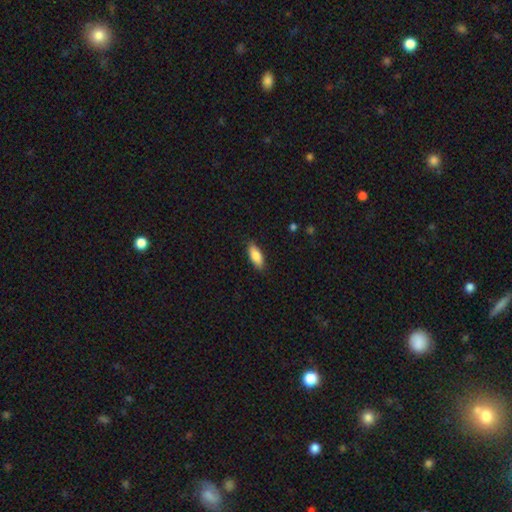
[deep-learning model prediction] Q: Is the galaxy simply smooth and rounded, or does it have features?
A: smooth — 82%.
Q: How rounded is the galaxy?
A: in between — 77%.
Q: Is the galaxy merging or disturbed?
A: none — 87%.